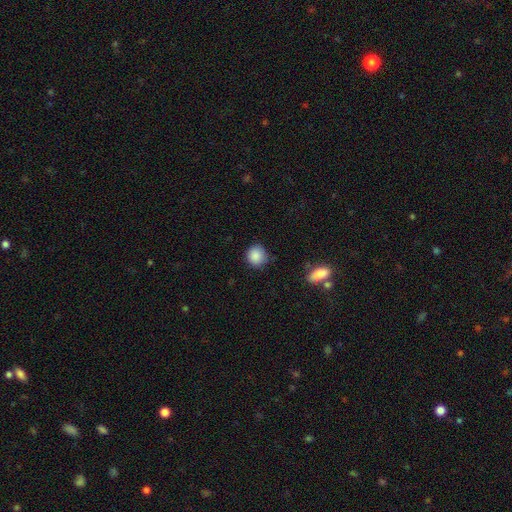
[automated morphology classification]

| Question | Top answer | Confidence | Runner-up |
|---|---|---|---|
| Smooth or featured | smooth | 88% | star or artifact (8%) |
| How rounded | round | 87% | in between (12%) |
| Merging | none | 81% | minor disturbance (15%) |